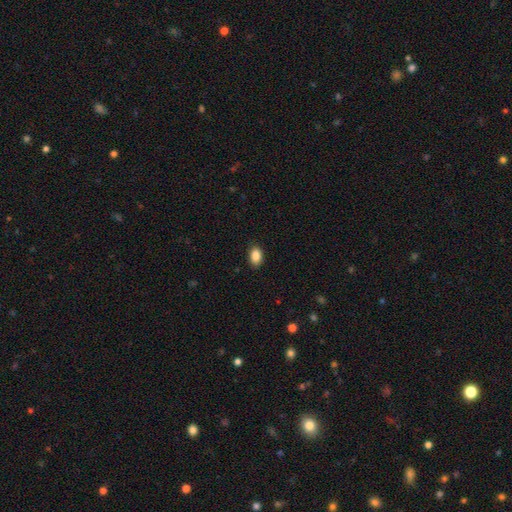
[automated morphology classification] Smooth or featured? Predicted: smooth (p=0.88). How rounded? Predicted: in between (p=0.87). Merging? Predicted: none (p=0.88).